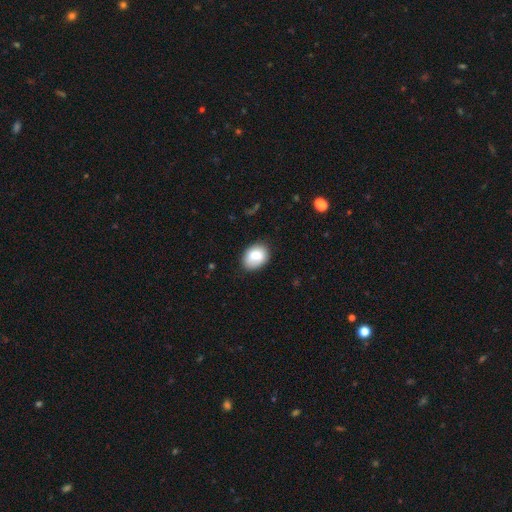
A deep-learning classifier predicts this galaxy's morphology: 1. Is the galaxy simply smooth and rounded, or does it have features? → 82% smooth, 10% featured or disk, 8% star or artifact.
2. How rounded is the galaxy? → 67% in between, 32% round, 1% cigar-shaped.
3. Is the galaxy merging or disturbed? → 72% none, 21% minor disturbance, 4% major disturbance, 2% merger.